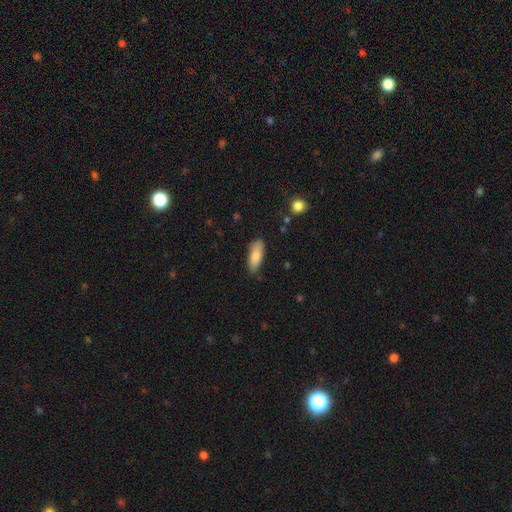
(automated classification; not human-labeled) This is clearly a smooth galaxy (84%). How rounded: likely in between (72%). Merging: likely none (79%).